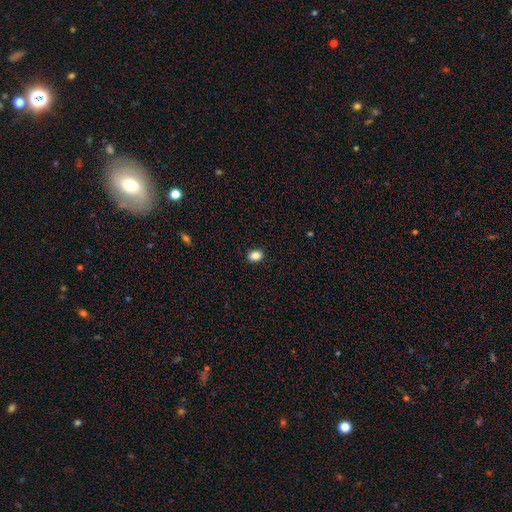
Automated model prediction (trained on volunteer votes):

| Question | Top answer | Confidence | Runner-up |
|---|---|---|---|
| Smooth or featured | smooth | 86% | star or artifact (10%) |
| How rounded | in between | 63% | round (36%) |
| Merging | none | 90% | minor disturbance (7%) |